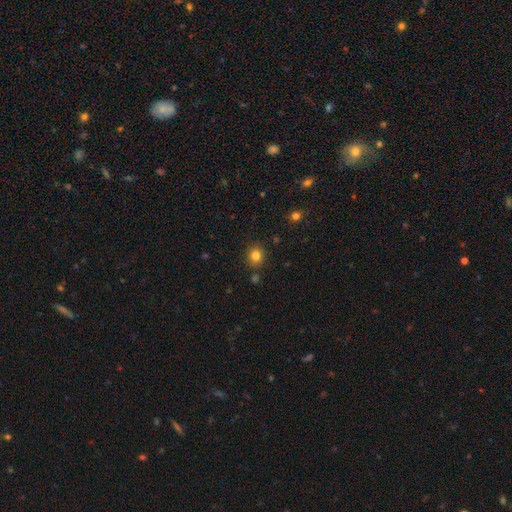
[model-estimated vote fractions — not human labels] The model was most divided on "how rounded": round: 80%, in between: 19%, cigar-shaped: 1%. More confident: merging — none (87%); smooth or featured — smooth (81%).